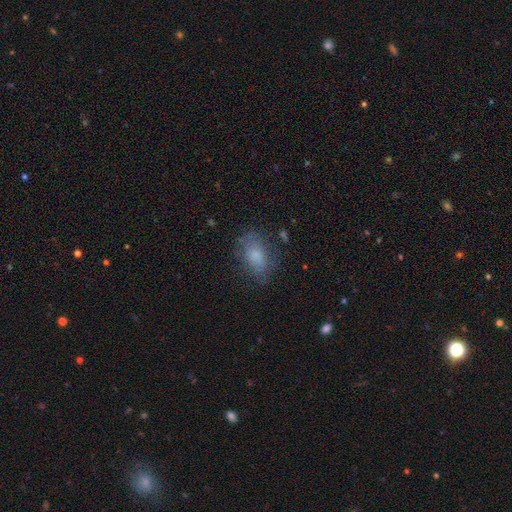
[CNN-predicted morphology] This is likely a smooth galaxy (76%). How rounded: clearly in between (87%). Merging: likely none (68%).